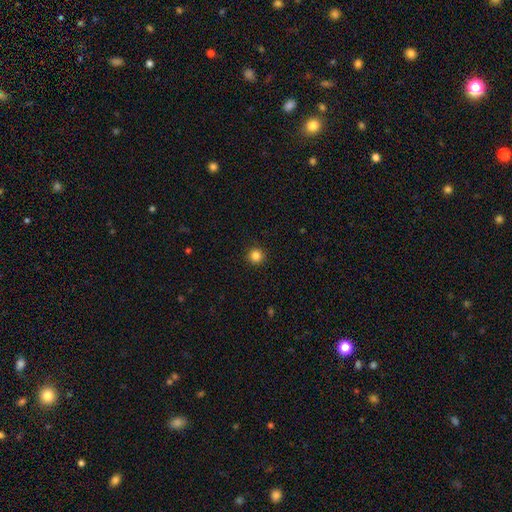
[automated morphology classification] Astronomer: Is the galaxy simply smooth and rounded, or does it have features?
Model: smooth — 85%.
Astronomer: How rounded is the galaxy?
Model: round — 96%.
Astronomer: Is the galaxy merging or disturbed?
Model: none — 92%.